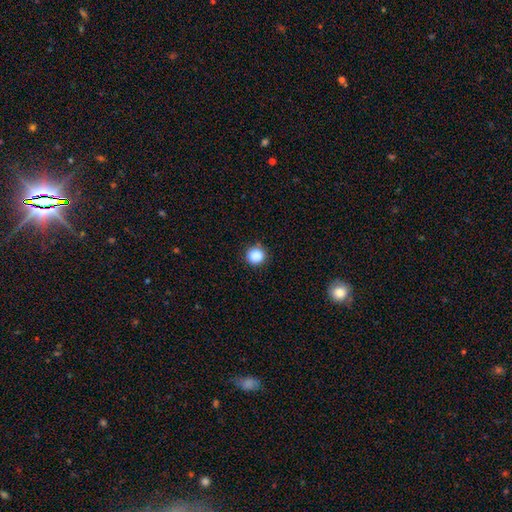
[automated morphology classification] This is clearly a smooth galaxy (87%). How rounded: clearly round (93%). Merging: clearly none (87%).